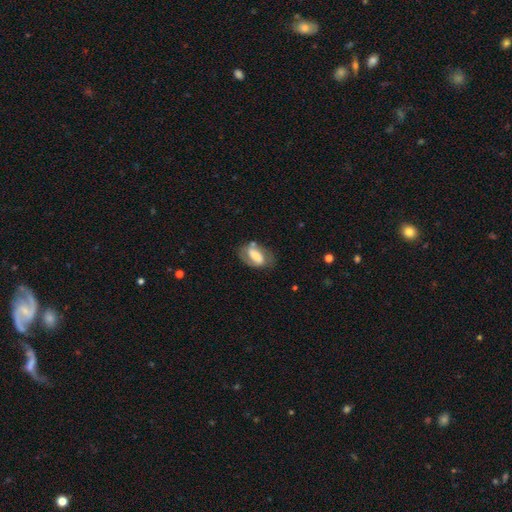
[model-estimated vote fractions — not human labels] This is possibly a featured or disk galaxy (56%). It is clearly not viewed edge-on (93%). Bar: marginally strong (43%). Spiral arm pattern: likely yes (69%). Central bulge: marginally moderate (40%). Merging: possibly none (59%).